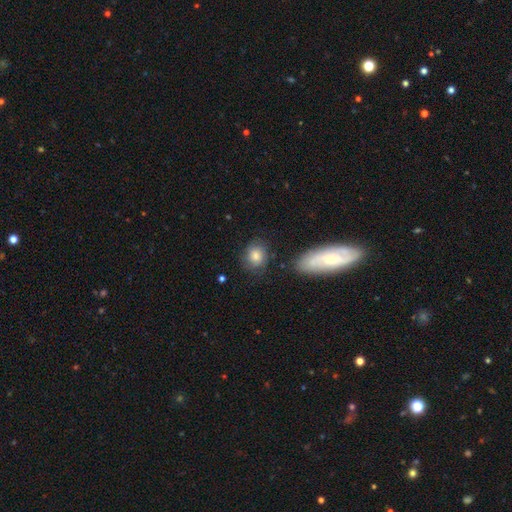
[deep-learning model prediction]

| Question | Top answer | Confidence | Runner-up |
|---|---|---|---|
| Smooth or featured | smooth | 72% | featured or disk (18%) |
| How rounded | round | 68% | in between (30%) |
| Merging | none | 74% | minor disturbance (17%) |